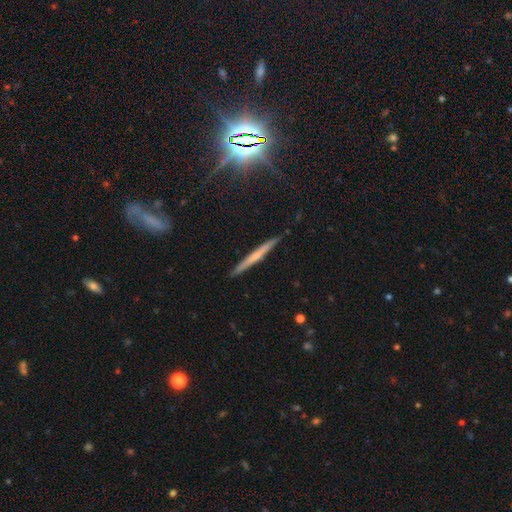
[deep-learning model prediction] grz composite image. It shows a featured or disk galaxy (53%) viewed edge-on (97%) with no central bulge (59%). Merging: none (90%).